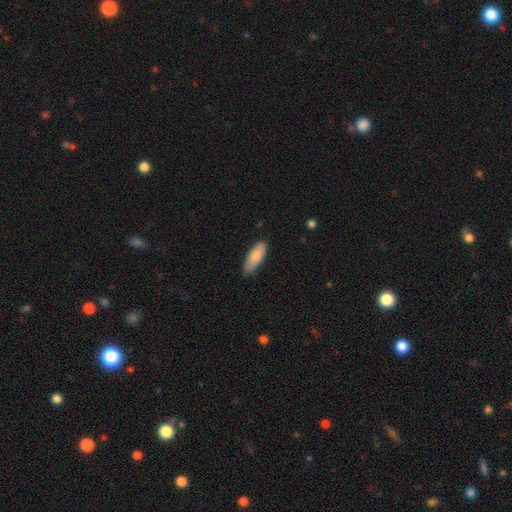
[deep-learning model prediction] smooth-or-featured: smooth: 84% | featured or disk: 11% | star or artifact: 5%
  how-rounded: in between: 70% | cigar-shaped: 29% | round: 2%
  merging: none: 79% | minor disturbance: 17% | major disturbance: 2% | merger: 1%